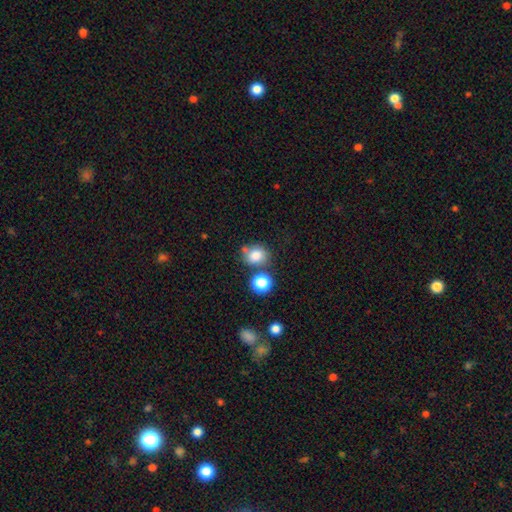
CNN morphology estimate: Overall: smooth (80%). How rounded: round (72%). Merging: none (63%).